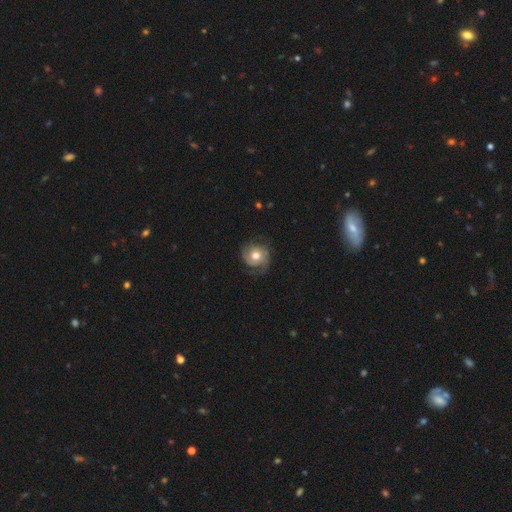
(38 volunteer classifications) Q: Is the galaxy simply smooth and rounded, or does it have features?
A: featured or disk — 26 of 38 (68%).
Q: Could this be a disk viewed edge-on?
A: no — 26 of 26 (100%).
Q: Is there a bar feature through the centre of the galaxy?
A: no — 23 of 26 (88%).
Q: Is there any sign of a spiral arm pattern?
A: yes — 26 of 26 (100%).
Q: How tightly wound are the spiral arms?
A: medium — 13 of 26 (50%).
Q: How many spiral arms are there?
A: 2 — 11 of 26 (42%).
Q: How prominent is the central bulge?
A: moderate — 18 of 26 (69%).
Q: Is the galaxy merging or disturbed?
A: none — 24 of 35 (69%).